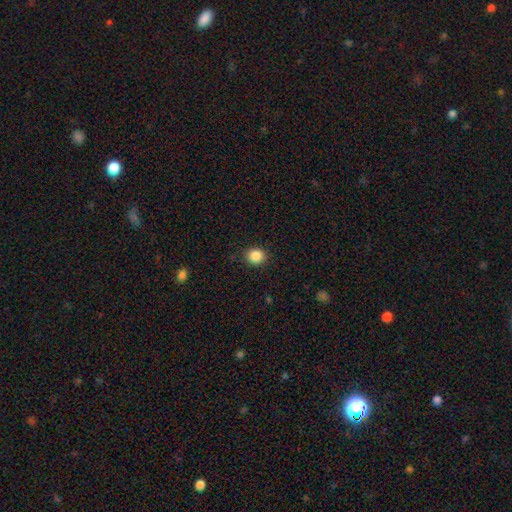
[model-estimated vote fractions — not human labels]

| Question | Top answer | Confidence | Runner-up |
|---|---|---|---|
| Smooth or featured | smooth | 87% | star or artifact (10%) |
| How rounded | round | 81% | in between (18%) |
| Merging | none | 89% | minor disturbance (8%) |